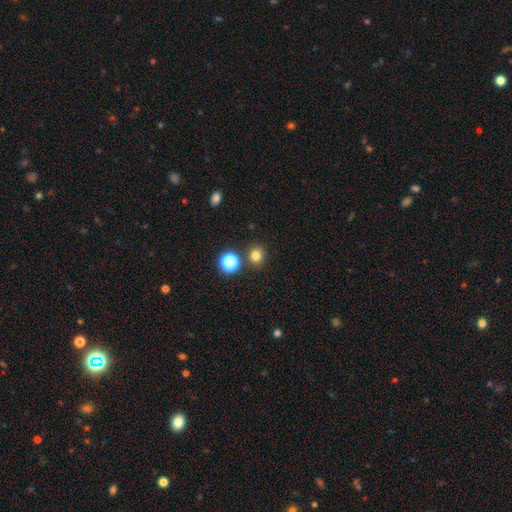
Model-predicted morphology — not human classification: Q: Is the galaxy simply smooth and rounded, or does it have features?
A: smooth — 78%.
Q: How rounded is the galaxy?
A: round — 83%.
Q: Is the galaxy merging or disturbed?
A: none — 85%.